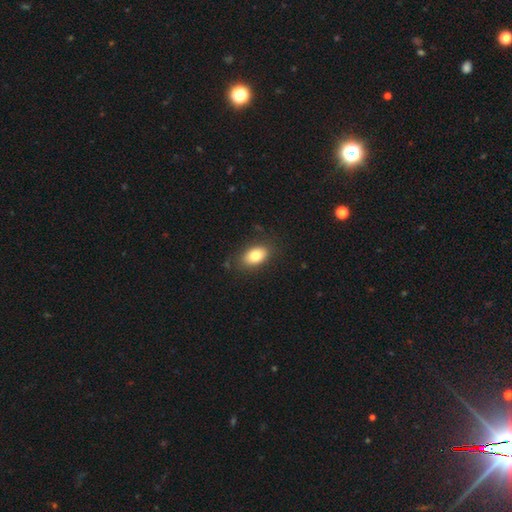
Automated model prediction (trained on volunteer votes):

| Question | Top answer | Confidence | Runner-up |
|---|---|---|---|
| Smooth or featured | smooth | 81% | featured or disk (11%) |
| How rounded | in between | 88% | round (10%) |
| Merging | none | 82% | minor disturbance (13%) |